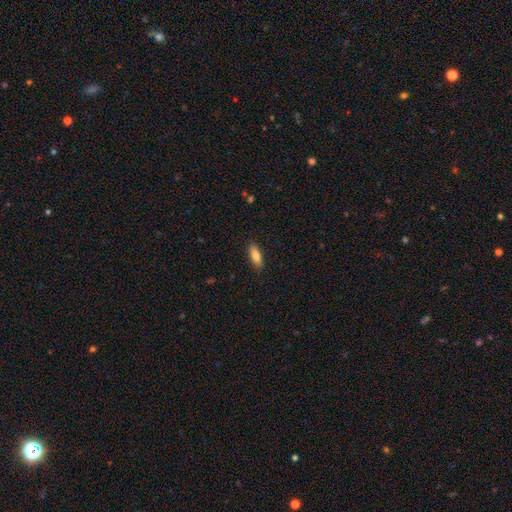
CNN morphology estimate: type=smooth (83%); roundness=in between (68%); merging=none (88%).